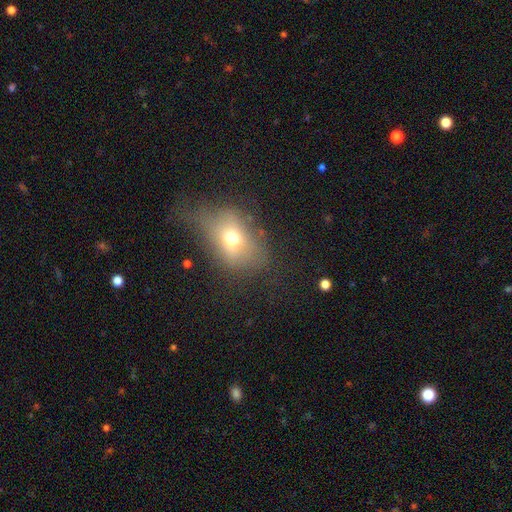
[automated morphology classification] Q: Smooth or featured?
A: smooth (54%); runner-up: featured or disk (23%)
Q: How rounded?
A: in between (62%); runner-up: round (35%)
Q: Merging?
A: none (53%); runner-up: minor disturbance (27%)